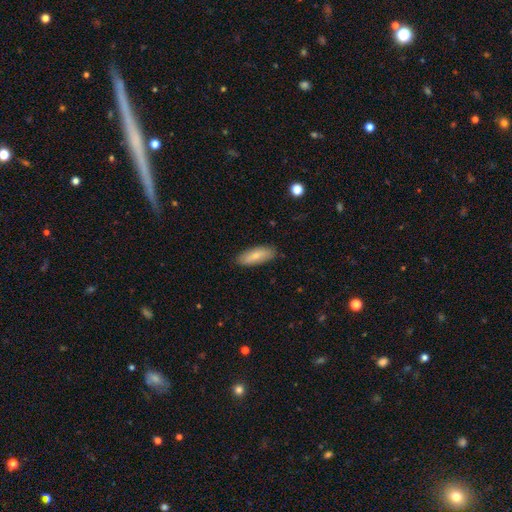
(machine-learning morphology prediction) smooth-or-featured: smooth: 75% | featured or disk: 19% | star or artifact: 6%
  how-rounded: in between: 68% | cigar-shaped: 30% | round: 2%
  merging: none: 86% | minor disturbance: 11% | major disturbance: 2% | merger: 1%